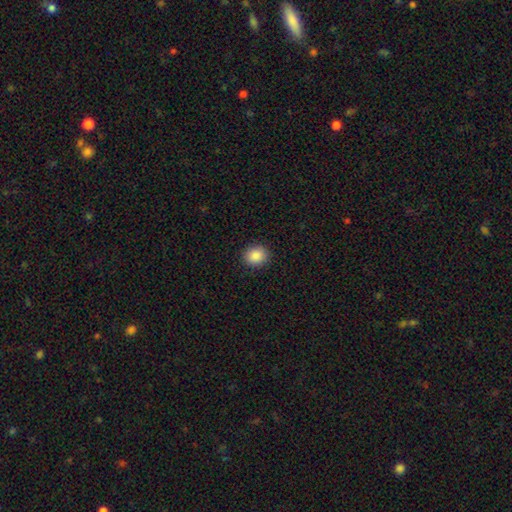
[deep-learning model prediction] smooth-or-featured: smooth: 88% | star or artifact: 9% | featured or disk: 3%
  how-rounded: round: 75% | in between: 24% | cigar-shaped: 1%
  merging: none: 91% | minor disturbance: 6% | major disturbance: 2% | merger: 1%